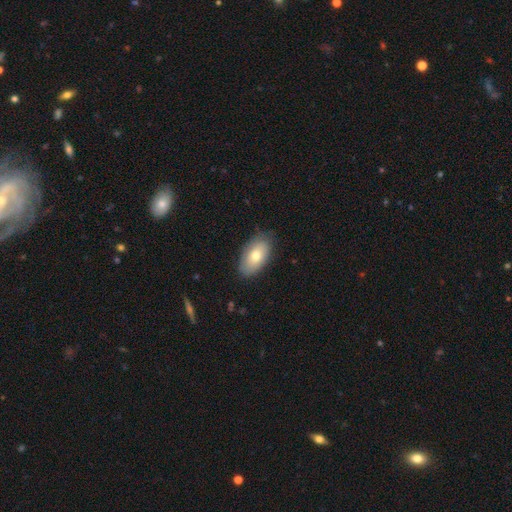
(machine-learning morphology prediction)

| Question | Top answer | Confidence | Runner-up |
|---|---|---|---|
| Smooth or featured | smooth | 73% | featured or disk (21%) |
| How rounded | in between | 93% | round (4%) |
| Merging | none | 82% | minor disturbance (14%) |